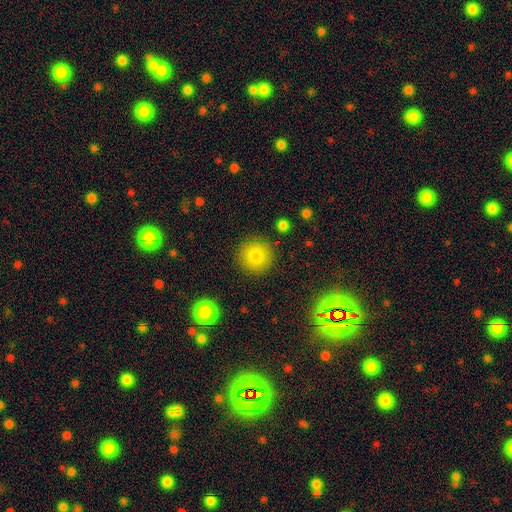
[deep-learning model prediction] smooth-or-featured: smooth: 84% | star or artifact: 9% | featured or disk: 7%
  how-rounded: round: 94% | in between: 5% | cigar-shaped: 1%
  merging: none: 89% | minor disturbance: 7% | major disturbance: 3% | merger: 2%